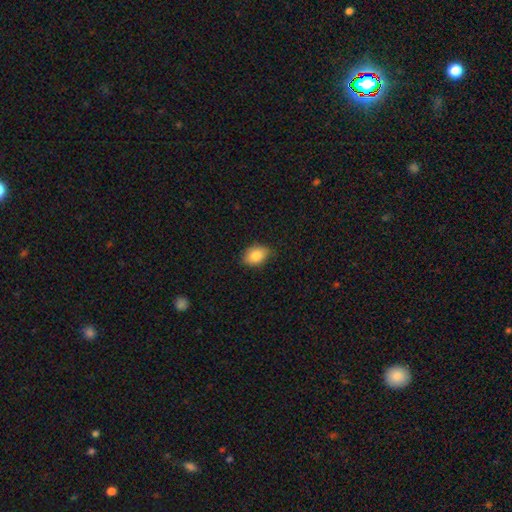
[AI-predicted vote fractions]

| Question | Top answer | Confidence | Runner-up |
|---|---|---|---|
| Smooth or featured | smooth | 85% | featured or disk (8%) |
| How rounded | in between | 80% | round (19%) |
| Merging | none | 80% | minor disturbance (16%) |